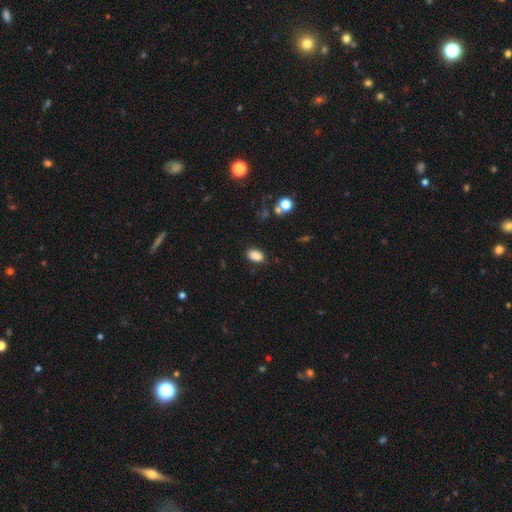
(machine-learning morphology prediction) type=smooth (86%); roundness=in between (88%); merging=none (85%).